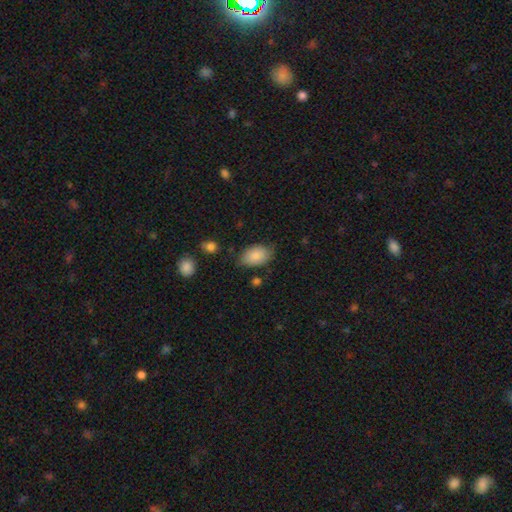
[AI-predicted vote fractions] Smooth or featured? Predicted: smooth (p=0.85). How rounded? Predicted: in between (p=0.90). Merging? Predicted: none (p=0.72).